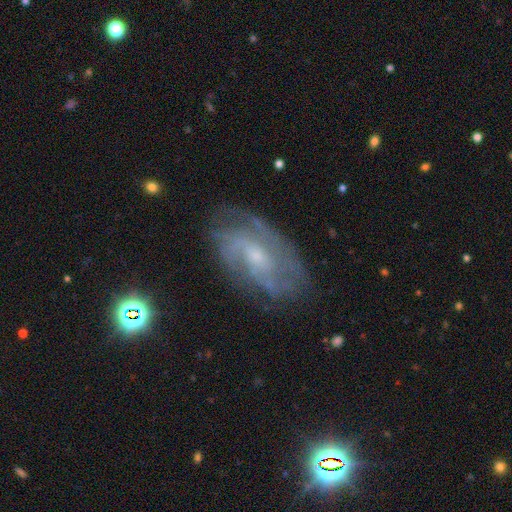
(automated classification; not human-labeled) Q: Smooth or featured?
A: featured or disk (82%); runner-up: smooth (11%)
Q: Edge-on disk?
A: no (95%); runner-up: yes (5%)
Q: Bar?
A: no (52%); runner-up: weak (40%)
Q: Spiral arms?
A: yes (93%); runner-up: no (7%)
Q: Spiral winding?
A: tight (45%); runner-up: medium (41%)
Q: Spiral arm count?
A: can't tell (33%); runner-up: 2 (31%)
Q: Bulge size?
A: small (59%); runner-up: moderate (32%)
Q: Merging?
A: none (73%); runner-up: minor disturbance (18%)